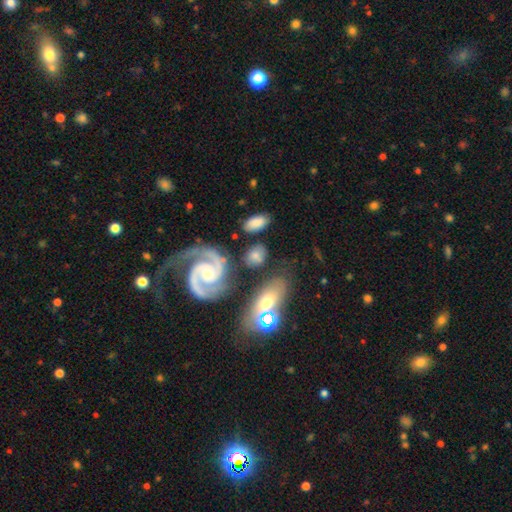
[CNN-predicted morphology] featured or disk 48%, smooth 44%, star or artifact 8%. Down the decision tree: merging — none (70%).